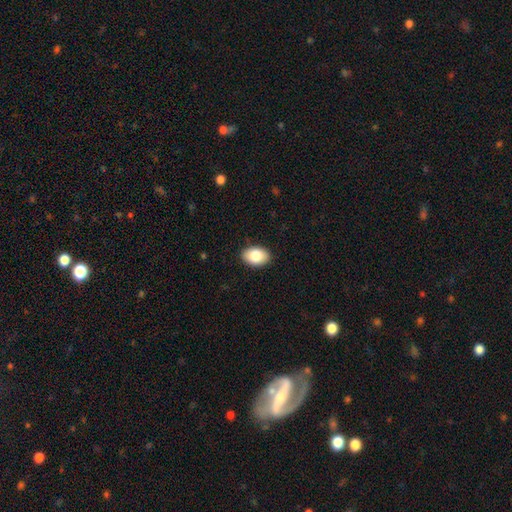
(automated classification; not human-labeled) smooth-or-featured: smooth: 84% | featured or disk: 9% | star or artifact: 7%
  how-rounded: in between: 87% | round: 12% | cigar-shaped: 1%
  merging: none: 90% | minor disturbance: 8% | major disturbance: 2% | merger: 1%